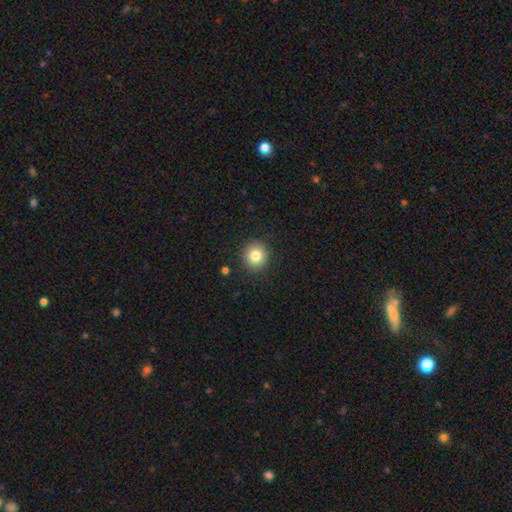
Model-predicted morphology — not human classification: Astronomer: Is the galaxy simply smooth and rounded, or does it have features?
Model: smooth — 82%.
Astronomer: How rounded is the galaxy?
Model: round — 92%.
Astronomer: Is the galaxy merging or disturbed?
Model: none — 91%.